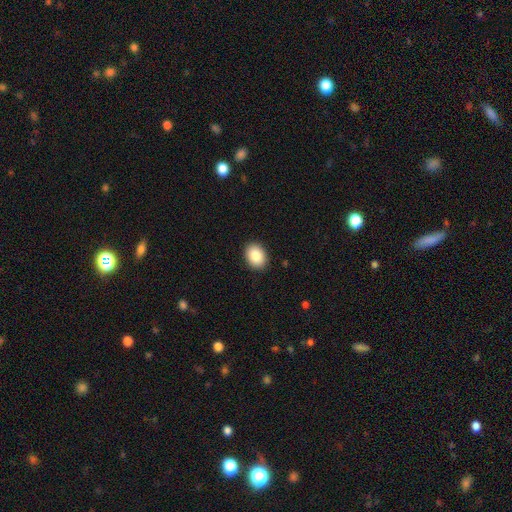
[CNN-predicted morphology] This is clearly a smooth galaxy (87%). How rounded: likely in between (66%). Merging: clearly none (91%).